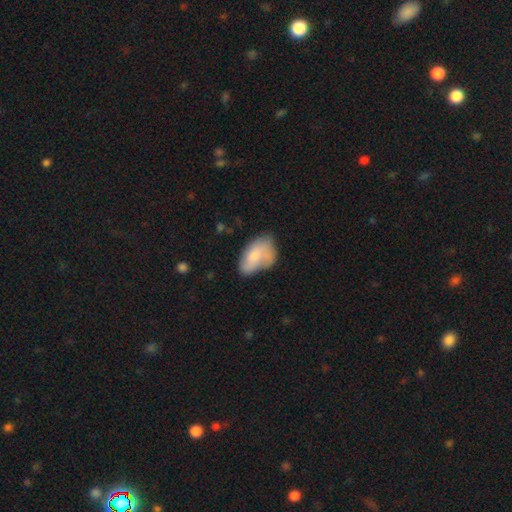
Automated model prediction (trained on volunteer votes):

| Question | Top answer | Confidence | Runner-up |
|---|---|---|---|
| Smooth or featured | smooth | 70% | featured or disk (23%) |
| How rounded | in between | 92% | round (6%) |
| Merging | none | 39% | minor disturbance (36%) |